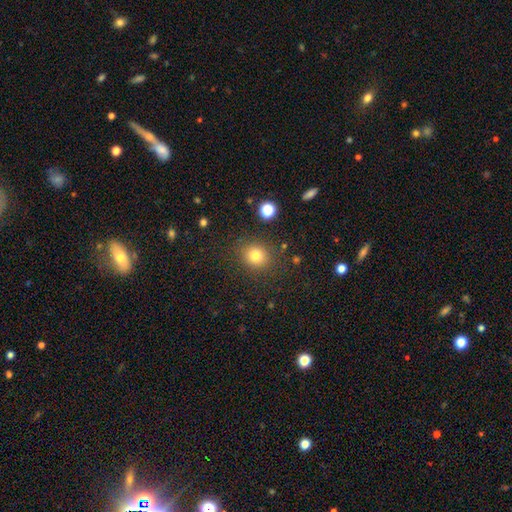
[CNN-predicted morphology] Overall: smooth (80%). How rounded: round (81%). Merging: none (85%).